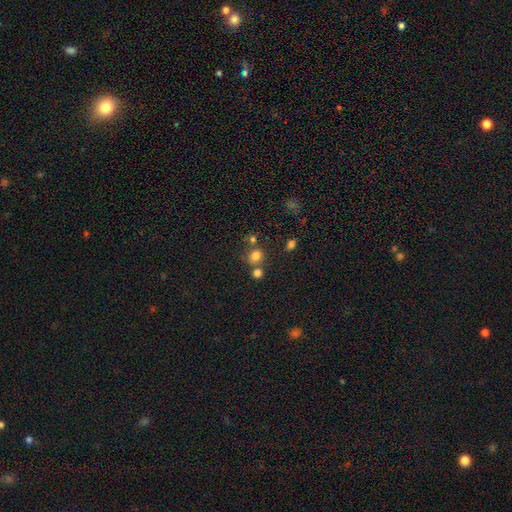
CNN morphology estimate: Smooth or featured?
  - smooth: 76% *
  - star or artifact: 16%
  - featured or disk: 8%
How rounded?
  - round: 78% *
  - in between: 21%
  - cigar-shaped: 1%
Merging?
  - none: 61% *
  - merger: 24%
  - minor disturbance: 11%
  - major disturbance: 4%